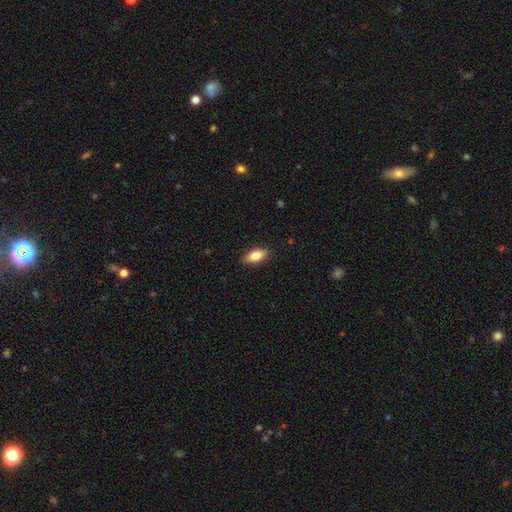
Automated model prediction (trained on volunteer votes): Q: Smooth or featured?
A: smooth (81%); runner-up: featured or disk (12%)
Q: How rounded?
A: in between (87%); runner-up: cigar-shaped (9%)
Q: Merging?
A: none (87%); runner-up: minor disturbance (10%)